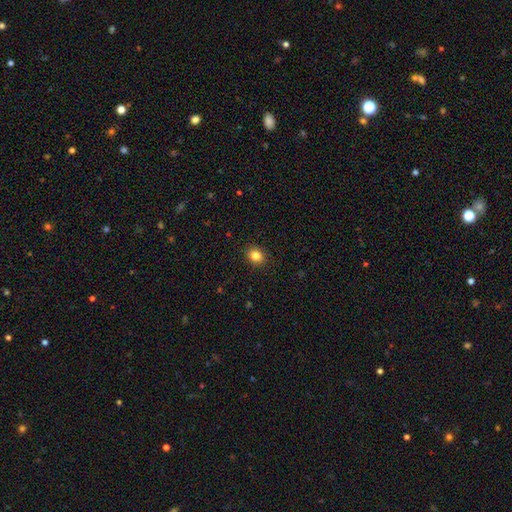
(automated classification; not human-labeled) Q: Smooth or featured?
A: smooth (83%); runner-up: star or artifact (11%)
Q: How rounded?
A: round (62%); runner-up: in between (38%)
Q: Merging?
A: none (91%); runner-up: minor disturbance (7%)